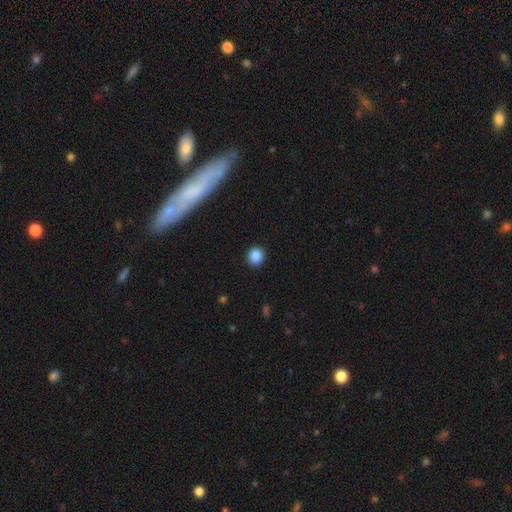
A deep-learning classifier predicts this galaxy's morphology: Smooth or featured? Predicted: smooth (p=0.87). How rounded? Predicted: round (p=0.87). Merging? Predicted: none (p=0.91).